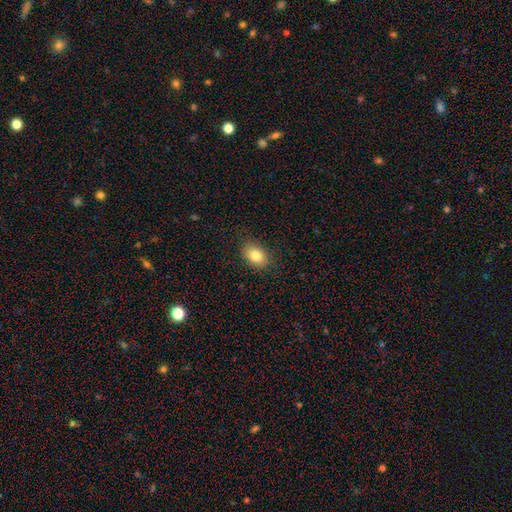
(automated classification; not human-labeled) Smooth or featured? Predicted: smooth (p=0.83). How rounded? Predicted: in between (p=0.82). Merging? Predicted: none (p=0.86).